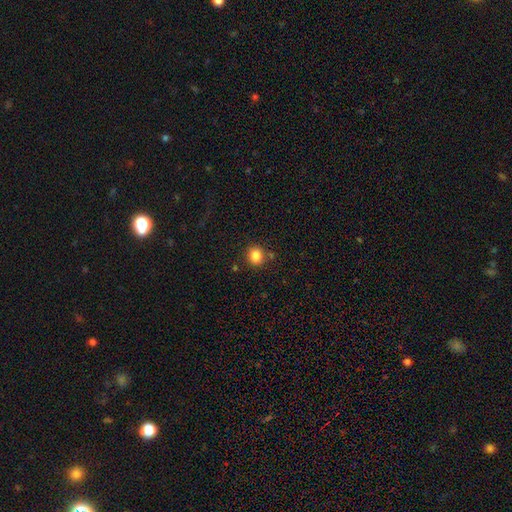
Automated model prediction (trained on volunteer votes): Overall: smooth (84%). How rounded: round (79%). Merging: none (82%).